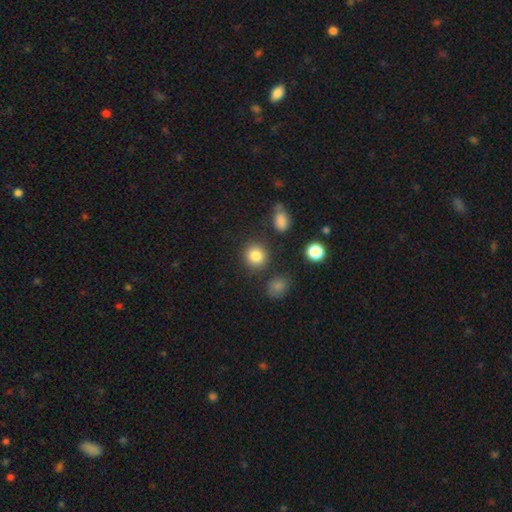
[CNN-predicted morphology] A smooth galaxy with no disk features (84%) that is round (88%). Merging: none (85%).